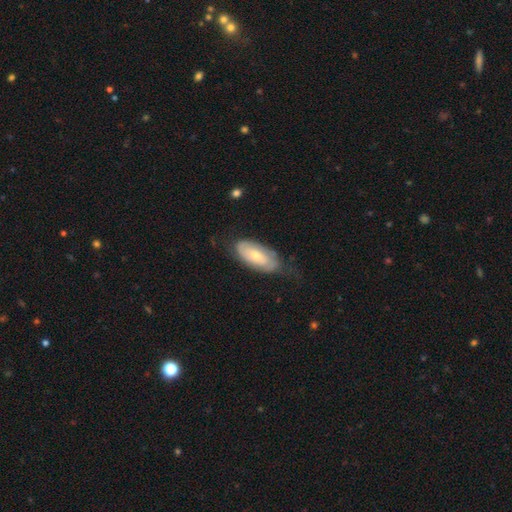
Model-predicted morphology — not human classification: type=smooth (50%); merging=none (60%).